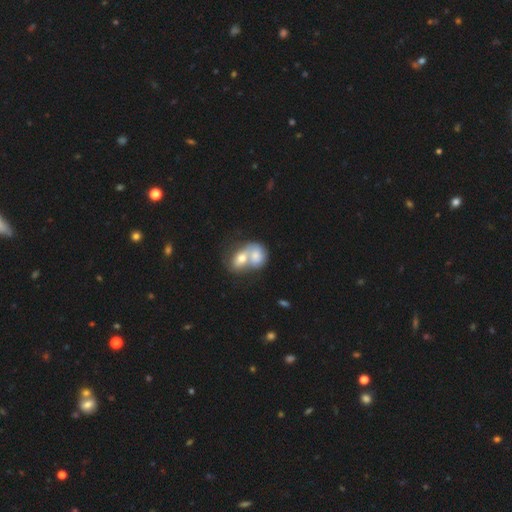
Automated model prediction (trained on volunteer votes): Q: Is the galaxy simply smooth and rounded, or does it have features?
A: smooth — 63%.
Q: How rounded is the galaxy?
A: in between — 55%.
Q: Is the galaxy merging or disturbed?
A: merger — 81%.